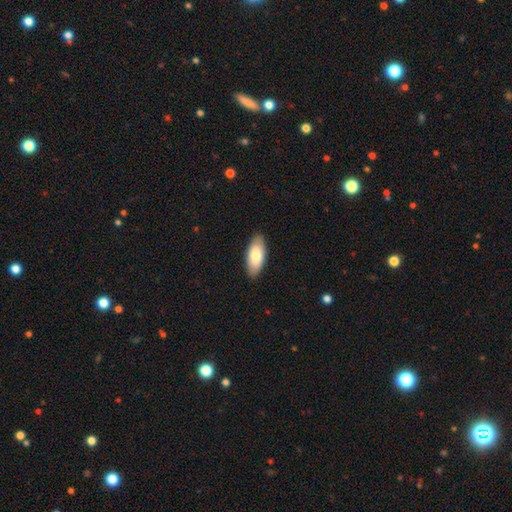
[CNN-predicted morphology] Overall: smooth (78%). How rounded: in between (87%). Merging: none (88%).